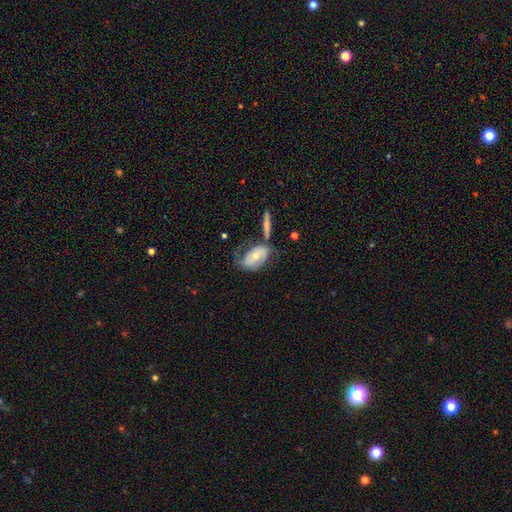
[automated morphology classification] smooth-or-featured: featured or disk: 53% | smooth: 41% | star or artifact: 6%
  disk-edge-on: no: 90% | yes: 10%
  merging: none: 42% | minor disturbance: 26% | merger: 17% | major disturbance: 15%